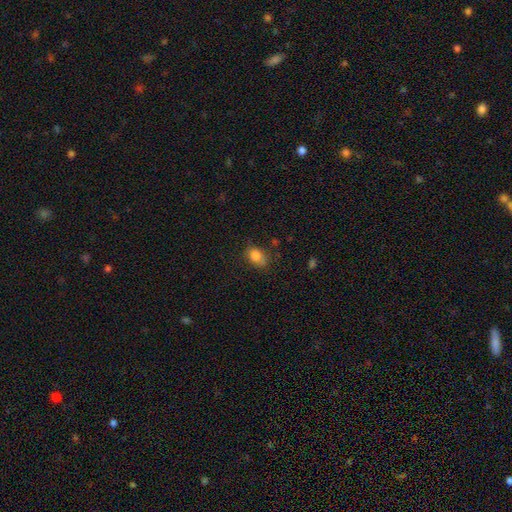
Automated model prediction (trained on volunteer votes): A smooth galaxy with no disk features (81%) that is in between round and cigar-shaped (70%). Merging: none (60%).